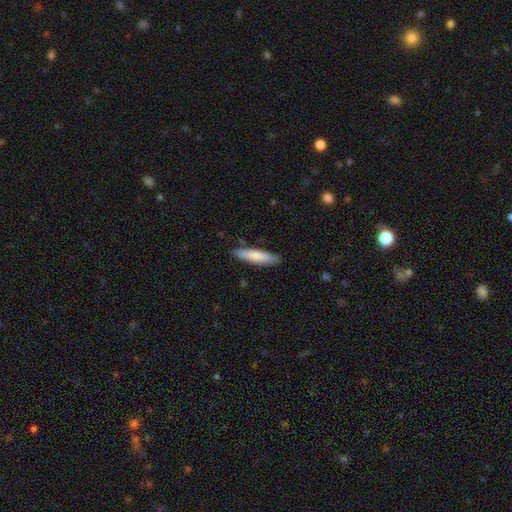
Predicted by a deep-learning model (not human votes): Smooth or featured?
  - smooth: 78% *
  - featured or disk: 16%
  - star or artifact: 5%
How rounded?
  - cigar-shaped: 78% *
  - in between: 21%
  - round: 1%
Merging?
  - none: 85% *
  - minor disturbance: 11%
  - major disturbance: 2%
  - merger: 2%